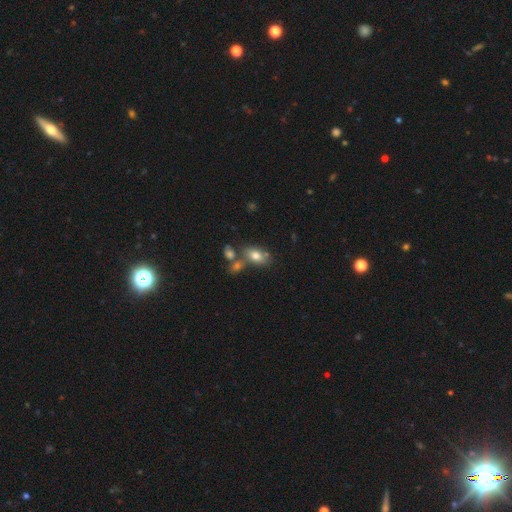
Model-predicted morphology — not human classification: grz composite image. It shows a smooth galaxy with no disk features (75%) that is in between round and cigar-shaped (86%). Merging: none (50%).